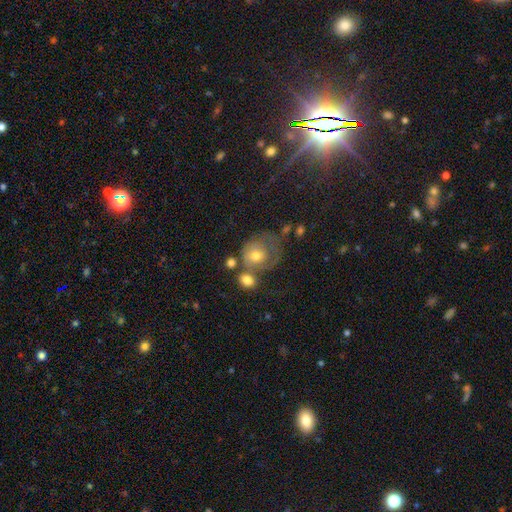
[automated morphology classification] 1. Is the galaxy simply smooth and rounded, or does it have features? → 51% smooth, 40% featured or disk, 9% star or artifact.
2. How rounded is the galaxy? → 69% round, 30% in between, 1% cigar-shaped.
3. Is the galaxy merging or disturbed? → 30% major disturbance, 26% none, 24% merger, 20% minor disturbance.